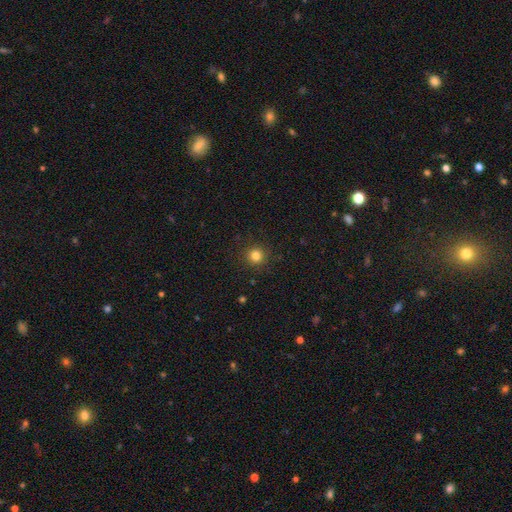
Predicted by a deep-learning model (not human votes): smooth-or-featured: smooth: 82% | star or artifact: 13% | featured or disk: 5%
  how-rounded: round: 95% | in between: 4% | cigar-shaped: 1%
  merging: none: 91% | minor disturbance: 6% | major disturbance: 2% | merger: 1%